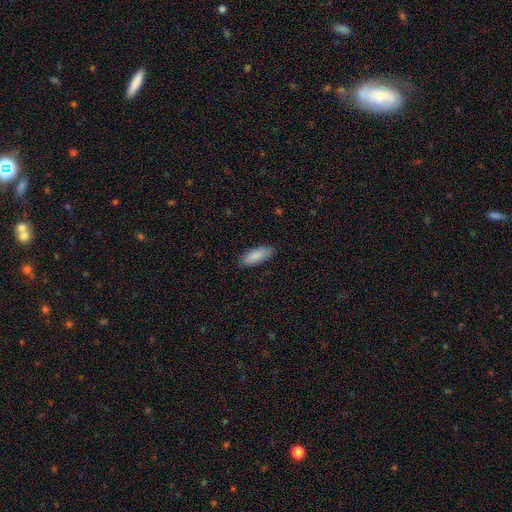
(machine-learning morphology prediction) Smooth or featured? smooth (88%)
How rounded? in between (76%)
Merging? none (84%)